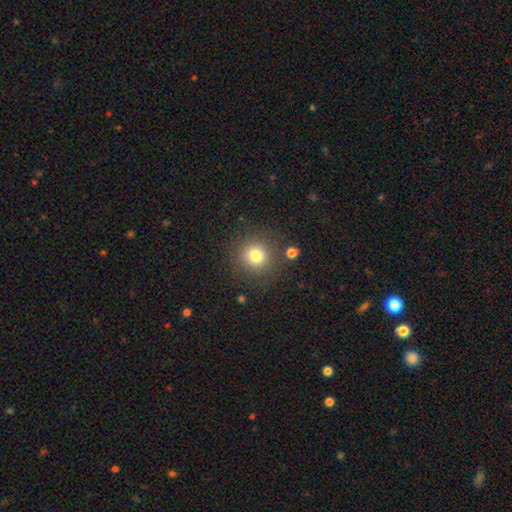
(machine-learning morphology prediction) This appears to be a smooth galaxy with no disk features (78%) that is round (93%). Merging: none (85%).